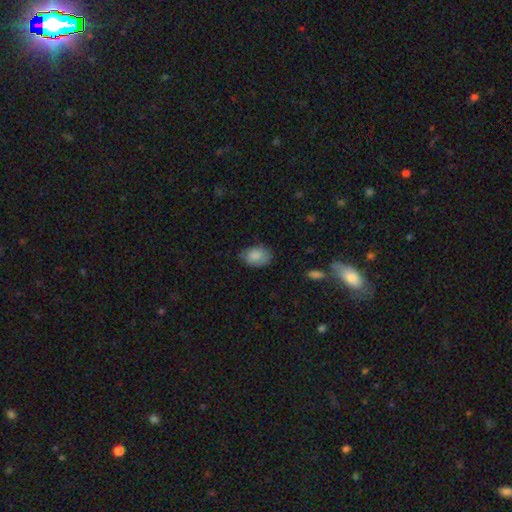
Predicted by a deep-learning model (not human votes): smooth_or_featured: smooth (p=0.85) [alt: featured or disk p=0.07]
how_rounded: in between (p=0.83) [alt: round p=0.16]
merging: none (p=0.68) [alt: minor disturbance p=0.25]